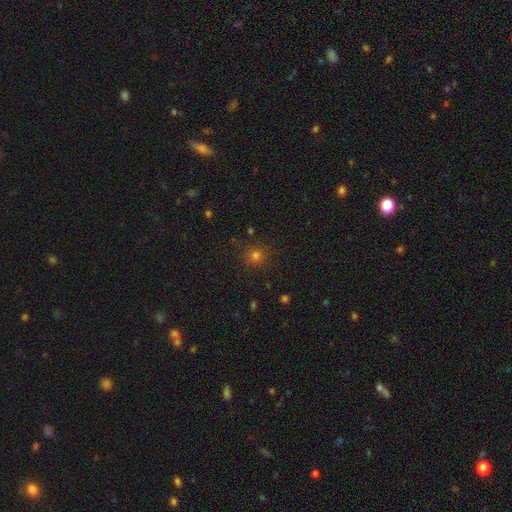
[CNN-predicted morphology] Smooth or featured?
  - smooth: 71% *
  - star or artifact: 23%
  - featured or disk: 6%
How rounded?
  - round: 91% *
  - in between: 8%
  - cigar-shaped: 1%
Merging?
  - none: 87% *
  - minor disturbance: 8%
  - major disturbance: 3%
  - merger: 2%